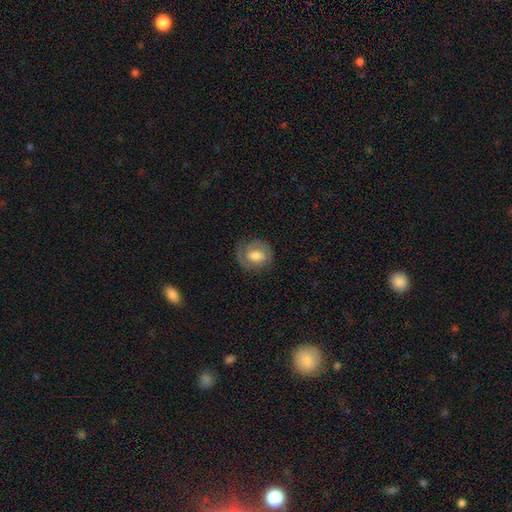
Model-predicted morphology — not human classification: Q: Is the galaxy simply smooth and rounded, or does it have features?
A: featured or disk — 64%.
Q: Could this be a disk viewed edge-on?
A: no — 97%.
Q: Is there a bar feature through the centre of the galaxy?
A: no — 46%.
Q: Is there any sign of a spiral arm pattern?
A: yes — 85%.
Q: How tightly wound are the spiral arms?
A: tight — 52%.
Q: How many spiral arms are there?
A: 2 — 71%.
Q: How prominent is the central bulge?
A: moderate — 50%.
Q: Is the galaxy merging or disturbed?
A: none — 74%.